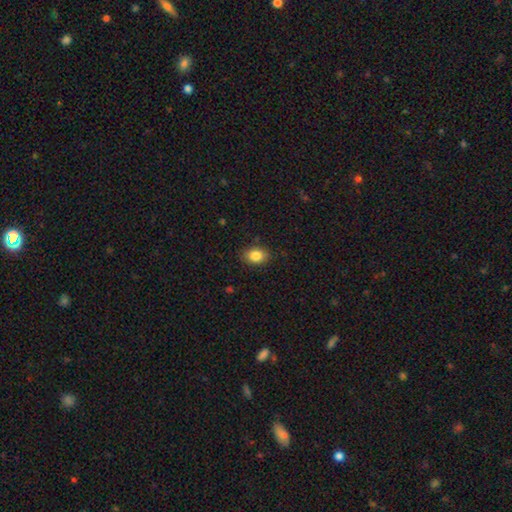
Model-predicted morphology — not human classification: Q: Smooth or featured?
A: smooth (86%); runner-up: star or artifact (8%)
Q: How rounded?
A: in between (76%); runner-up: round (23%)
Q: Merging?
A: none (86%); runner-up: minor disturbance (11%)